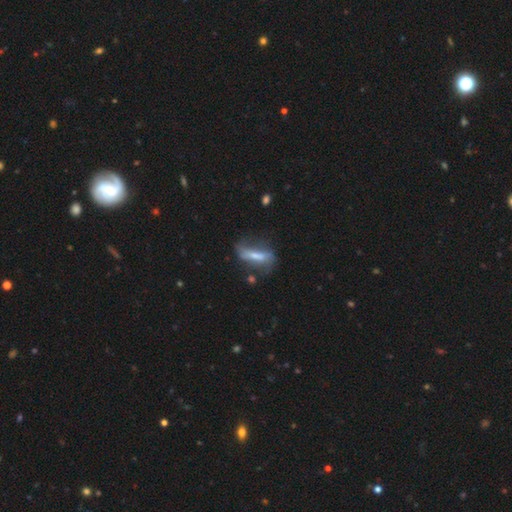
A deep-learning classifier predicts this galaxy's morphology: A featured or disk galaxy (53%). Merging: none (53%).